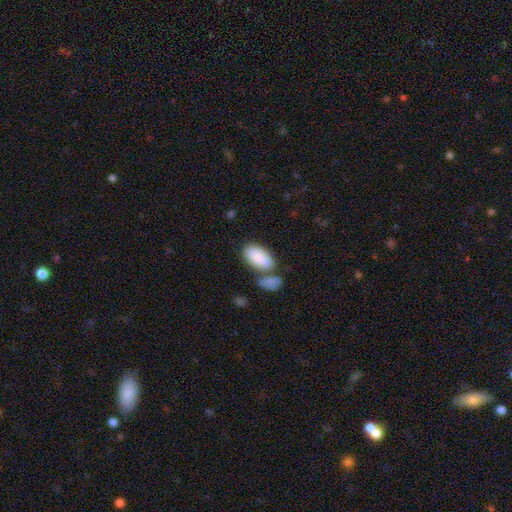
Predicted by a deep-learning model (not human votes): This is clearly a smooth galaxy (86%). How rounded: clearly in between (95%). Merging: possibly none (53%).